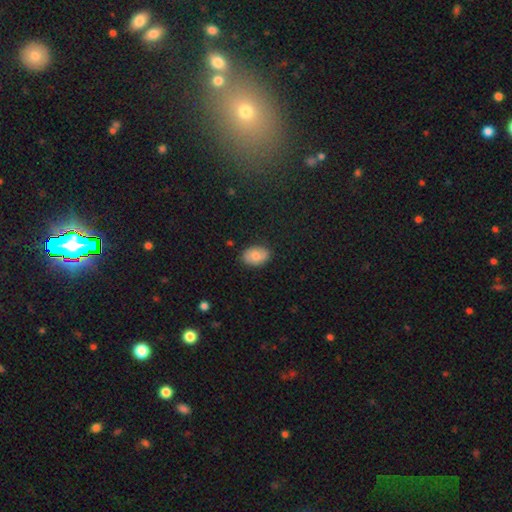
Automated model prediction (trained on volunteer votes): Morphology: type=smooth (76%); roundness=in between (84%); merging=none (85%).